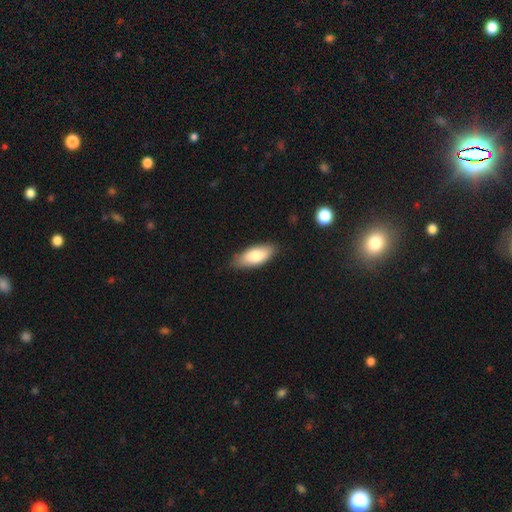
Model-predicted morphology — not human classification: smooth_or_featured: smooth (p=0.79) [alt: featured or disk p=0.15]
how_rounded: in between (p=0.82) [alt: cigar-shaped p=0.16]
merging: none (p=0.81) [alt: minor disturbance p=0.16]